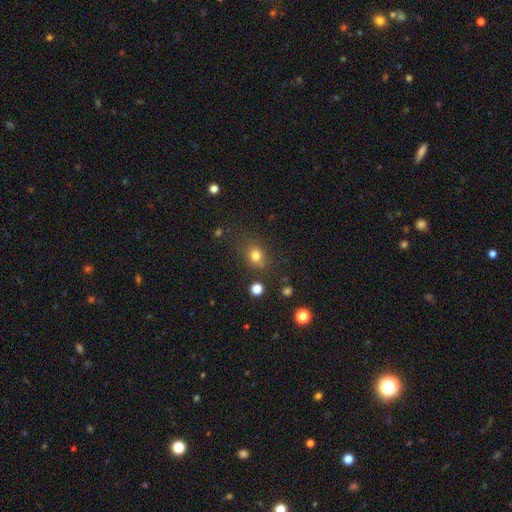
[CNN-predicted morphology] This is likely a smooth galaxy (77%). How rounded: possibly round (60%). Merging: likely none (74%).